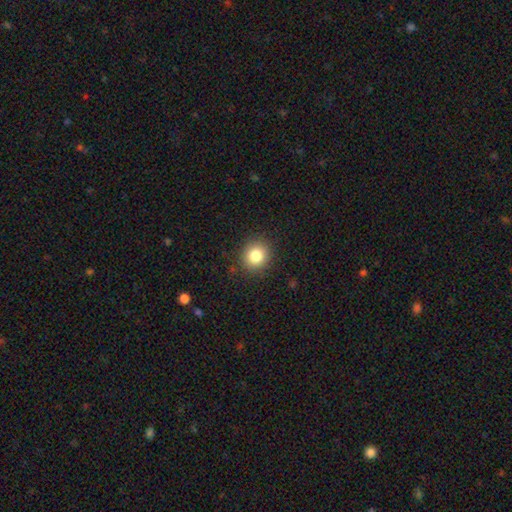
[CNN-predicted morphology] The model was most divided on "how rounded": round: 85%, in between: 14%, cigar-shaped: 1%. More confident: merging — none (90%); smooth or featured — smooth (83%).